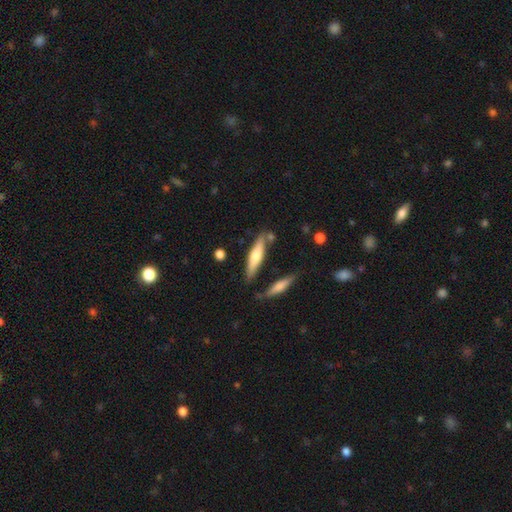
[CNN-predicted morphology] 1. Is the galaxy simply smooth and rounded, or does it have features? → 51% smooth, 43% featured or disk, 6% star or artifact.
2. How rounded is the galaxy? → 78% cigar-shaped, 20% in between, 2% round.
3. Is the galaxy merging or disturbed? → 75% none, 13% minor disturbance, 9% merger, 3% major disturbance.